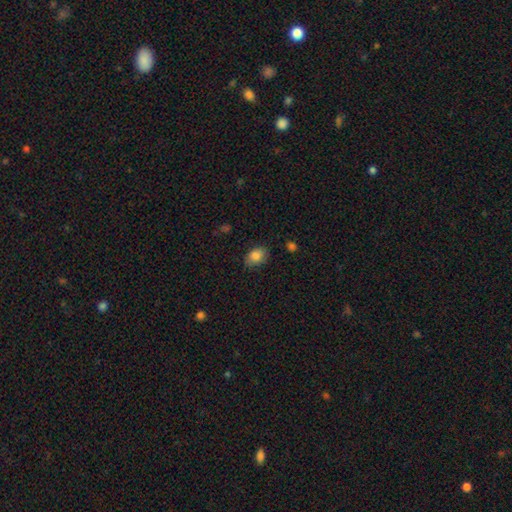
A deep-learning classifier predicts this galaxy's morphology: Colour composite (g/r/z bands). It shows a smooth galaxy with no disk features (85%) that is in between round and cigar-shaped (75%). Merging: none (79%).